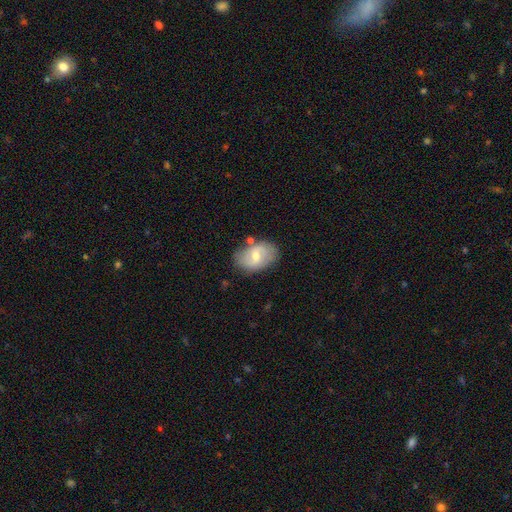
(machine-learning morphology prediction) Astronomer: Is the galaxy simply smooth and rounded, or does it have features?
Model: smooth — 48% (runner-up: featured or disk, 45%).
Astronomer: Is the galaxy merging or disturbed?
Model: none — 73%.